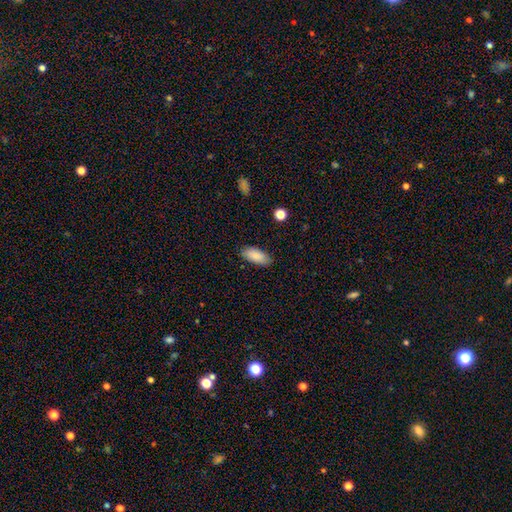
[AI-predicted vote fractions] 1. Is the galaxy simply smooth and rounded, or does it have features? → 88% smooth, 7% star or artifact, 5% featured or disk.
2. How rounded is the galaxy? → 86% in between, 12% cigar-shaped, 2% round.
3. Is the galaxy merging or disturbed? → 85% none, 11% minor disturbance, 2% major disturbance, 1% merger.